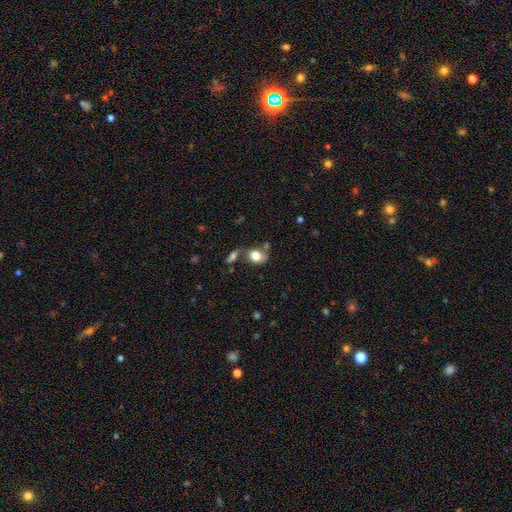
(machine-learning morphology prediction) The model was most divided on "how rounded": in between: 58%, round: 41%, cigar-shaped: 2%. More confident: smooth or featured — smooth (79%); merging — none (52%).